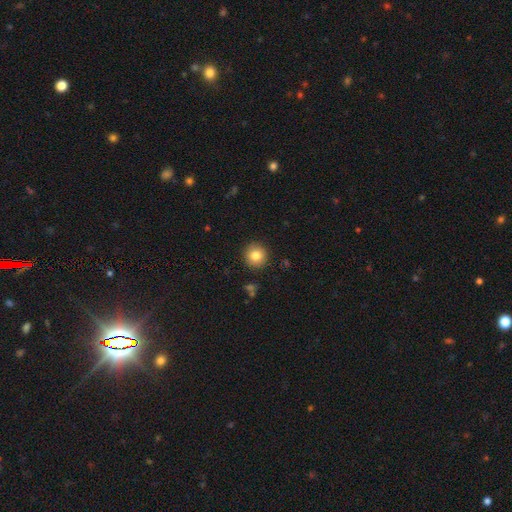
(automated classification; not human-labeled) This appears to be a smooth galaxy with no disk features (82%) that is round (94%). Merging: none (91%).